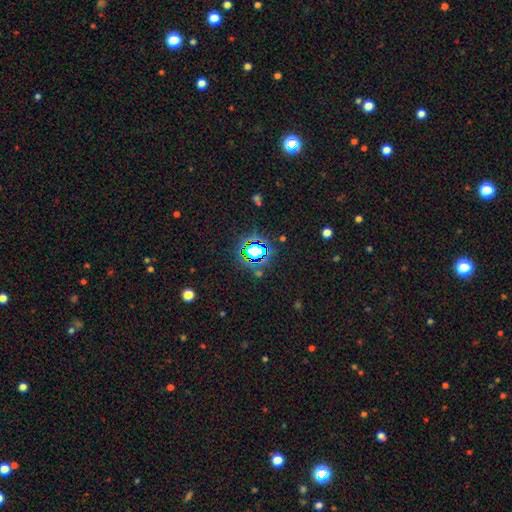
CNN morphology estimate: Q: Smooth or featured?
A: star or artifact (73%); runner-up: smooth (17%)